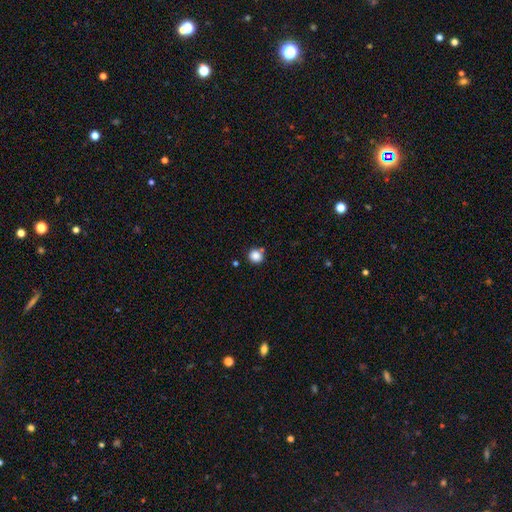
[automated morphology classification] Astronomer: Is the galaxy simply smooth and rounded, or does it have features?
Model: smooth — 86%.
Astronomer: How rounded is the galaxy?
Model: round — 91%.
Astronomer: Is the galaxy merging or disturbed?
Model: none — 79%.